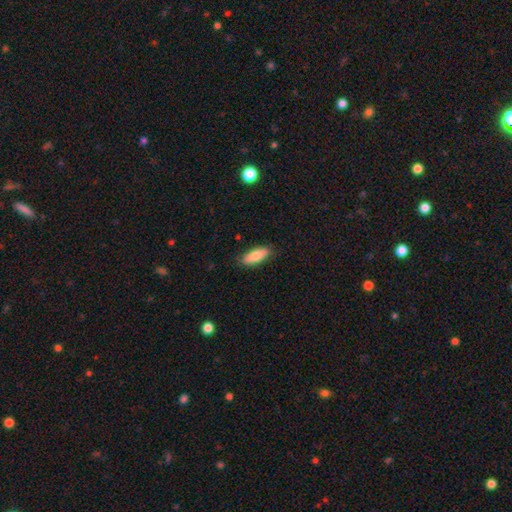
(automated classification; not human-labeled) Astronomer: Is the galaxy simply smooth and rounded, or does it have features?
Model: smooth — 79%.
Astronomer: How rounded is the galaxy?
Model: in between — 75%.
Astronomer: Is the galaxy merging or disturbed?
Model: none — 85%.